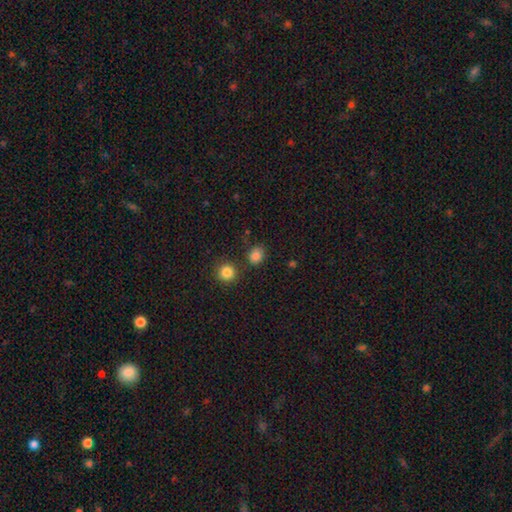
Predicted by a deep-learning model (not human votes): This is clearly a smooth galaxy (84%). How rounded: likely round (62%). Merging: likely none (76%).